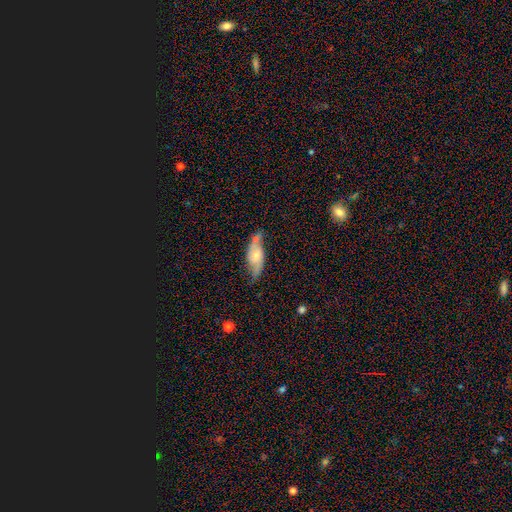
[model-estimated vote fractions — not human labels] Morphology: type=featured or disk (62%); edge-on=no (88%); bar=no (63%); spiral arms=yes (86%); bulge=small (48%); merging=none (53%).